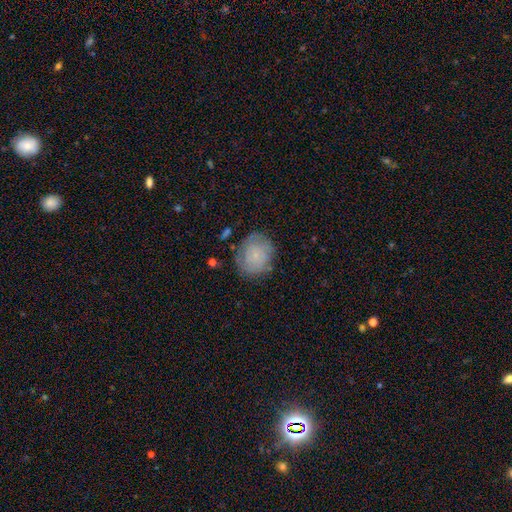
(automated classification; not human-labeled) This appears to be a smooth galaxy with no disk features (50%). Merging: none (72%).